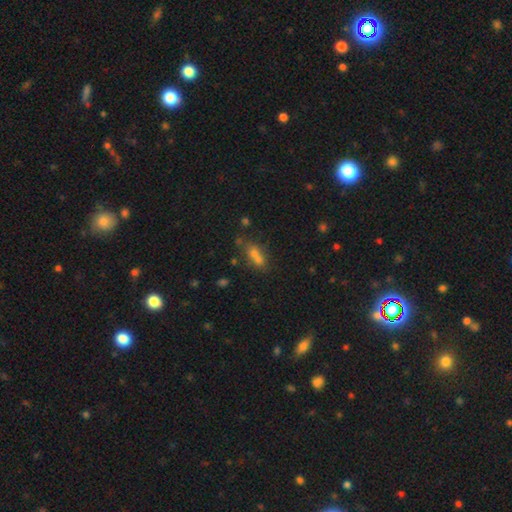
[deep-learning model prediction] This is likely a smooth galaxy (63%). How rounded: likely in between (65%). Merging: possibly merger (45%).